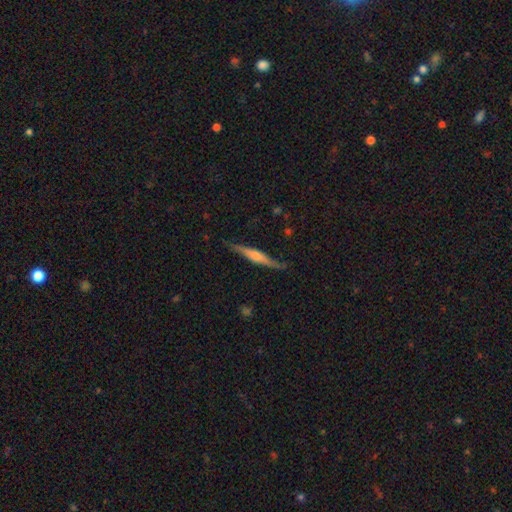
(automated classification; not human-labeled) This is likely a featured or disk galaxy (65%). It is clearly viewed edge-on (95%). Edge-on bulge: likely rounded (72%). Merging: clearly none (82%).